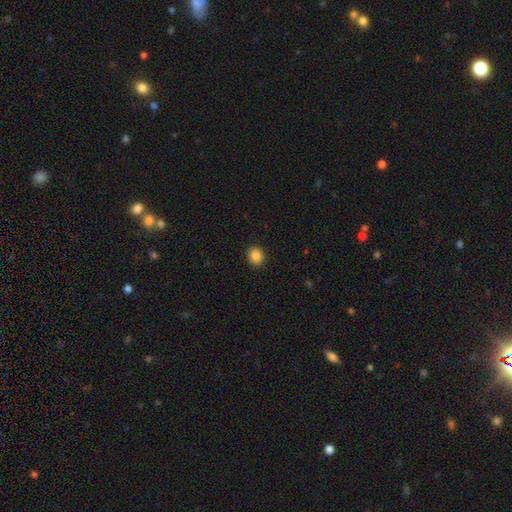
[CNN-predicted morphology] This appears to be a smooth galaxy with no disk features (86%) that is round (75%). Merging: none (92%).